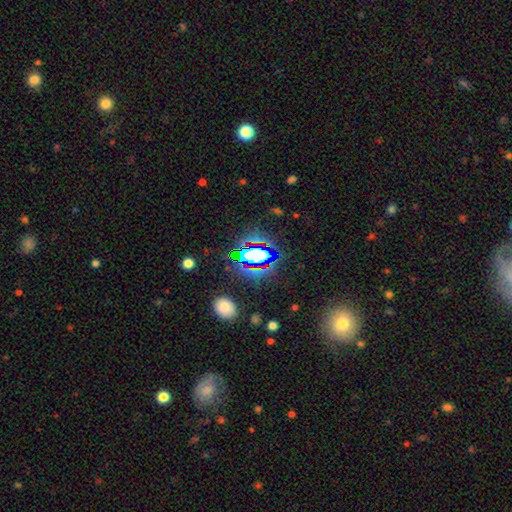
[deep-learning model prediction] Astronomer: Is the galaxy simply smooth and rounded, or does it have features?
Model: star or artifact — 63%.